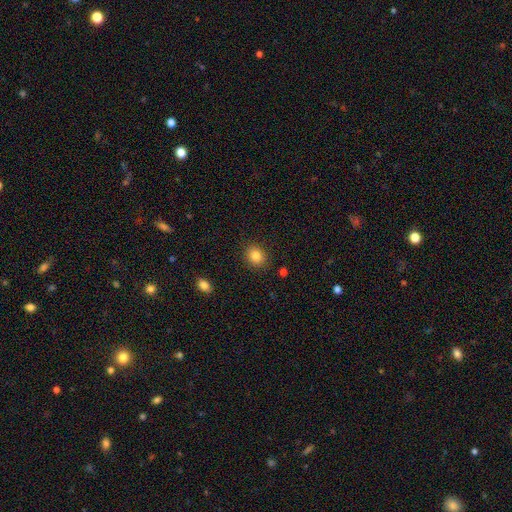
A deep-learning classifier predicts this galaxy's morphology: Smooth or featured? smooth (85%)
How rounded? round (63%)
Merging? none (88%)